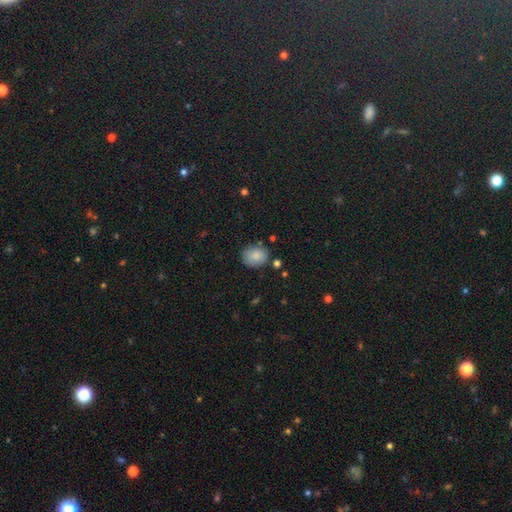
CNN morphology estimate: Overall: smooth (84%). How rounded: round (57%; in between 42%). Merging: none (79%).